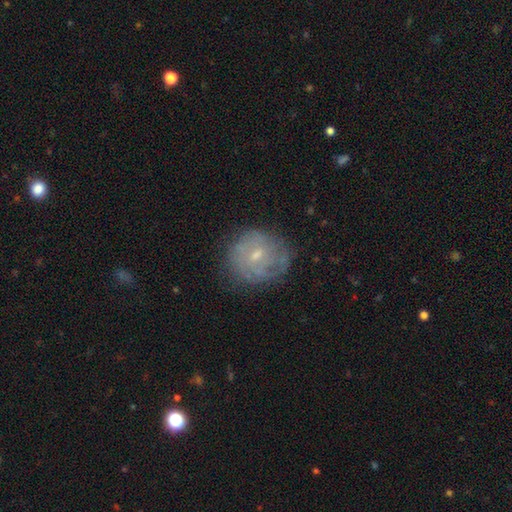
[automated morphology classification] Smooth or featured? featured or disk (53%)
Edge-on disk? no (97%)
Bar? no (63%)
Spiral arms? yes (58%)
Bulge size? small (63%)
Merging? none (71%)